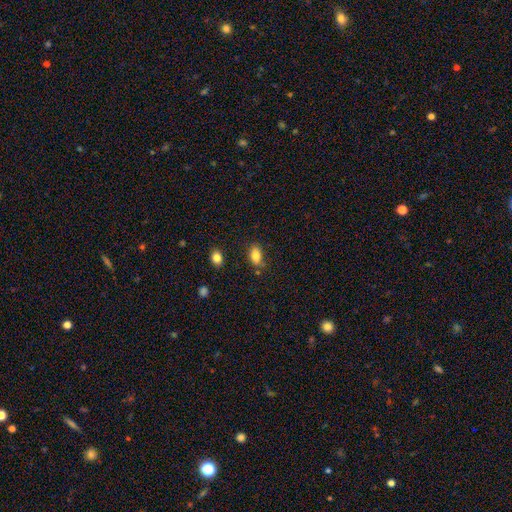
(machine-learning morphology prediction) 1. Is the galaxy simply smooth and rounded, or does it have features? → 83% smooth, 9% star or artifact, 8% featured or disk.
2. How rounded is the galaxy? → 88% in between, 9% round, 3% cigar-shaped.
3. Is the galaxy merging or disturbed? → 75% none, 16% minor disturbance, 5% merger, 4% major disturbance.